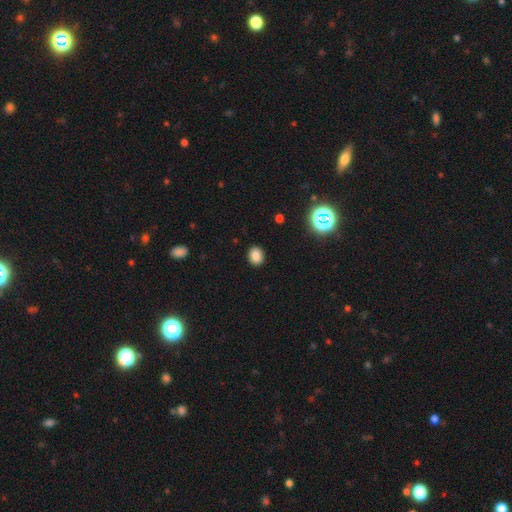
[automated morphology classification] Q: Smooth or featured?
A: smooth (82%); runner-up: star or artifact (12%)
Q: How rounded?
A: round (57%); runner-up: in between (42%)
Q: Merging?
A: none (91%); runner-up: minor disturbance (6%)